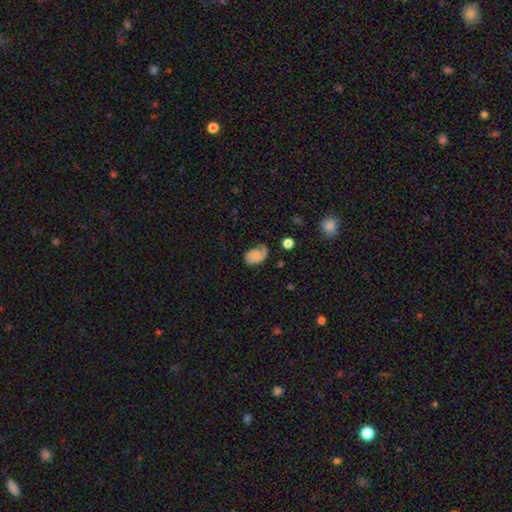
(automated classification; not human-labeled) smooth-or-featured: smooth: 49% | featured or disk: 42% | star or artifact: 9%
  merging: none: 53% | minor disturbance: 30% | major disturbance: 15% | merger: 2%